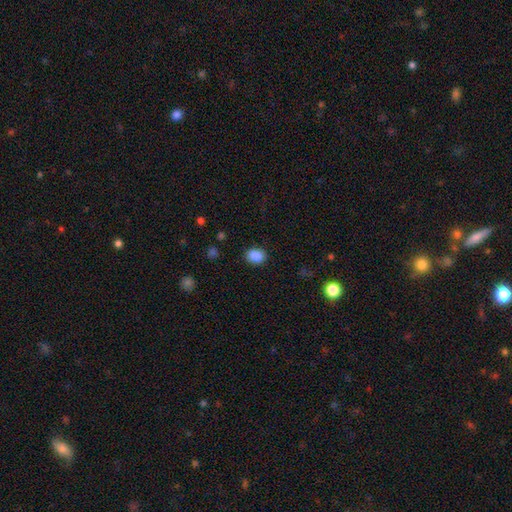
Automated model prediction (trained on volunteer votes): smooth_or_featured: smooth (p=0.88) [alt: star or artifact p=0.09]
how_rounded: in between (p=0.58) [alt: round p=0.41]
merging: none (p=0.85) [alt: minor disturbance p=0.11]